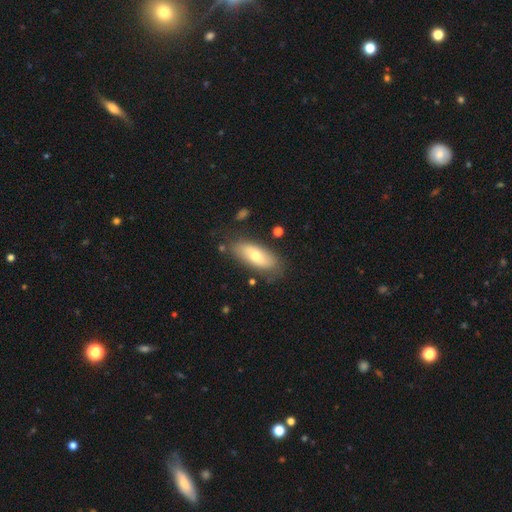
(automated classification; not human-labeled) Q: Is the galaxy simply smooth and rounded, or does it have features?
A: smooth — 63%.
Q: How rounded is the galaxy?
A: in between — 82%.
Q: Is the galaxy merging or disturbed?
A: none — 78%.